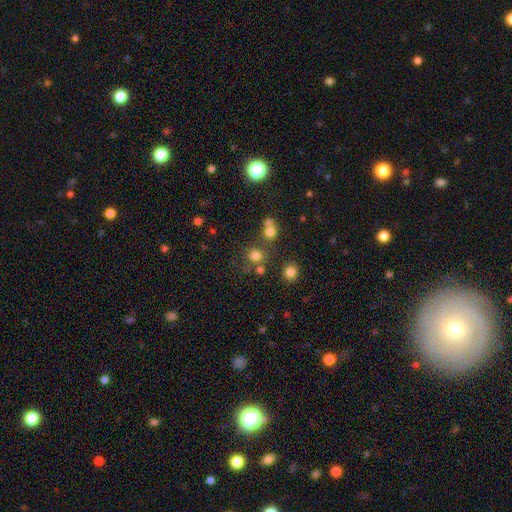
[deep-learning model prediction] Smooth or featured: smooth — 74% (star or artifact — 18%)
How rounded: round — 87% (in between — 12%)
Merging: none — 68% (merger — 18%)